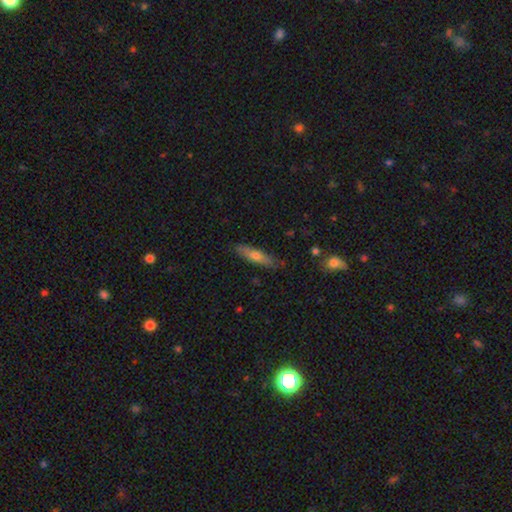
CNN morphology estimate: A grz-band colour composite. It shows a smooth galaxy with no disk features (62%) that is cigar-shaped (74%). Merging: none (82%).